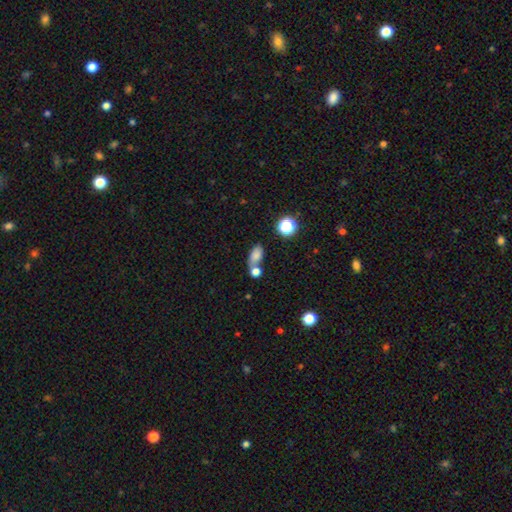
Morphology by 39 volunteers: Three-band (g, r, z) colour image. It shows a smooth galaxy with no disk features (79%) that is in between round and cigar-shaped (77%). Merging: none (46%).